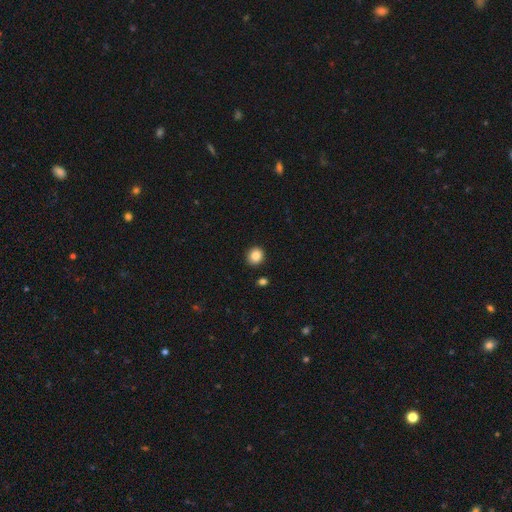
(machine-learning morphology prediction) type=smooth (87%); roundness=round (86%); merging=none (91%).